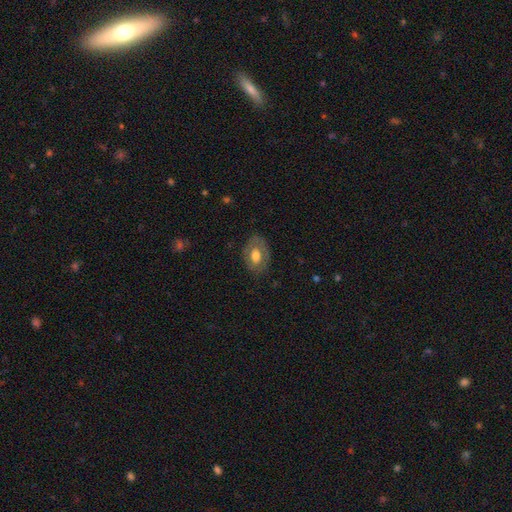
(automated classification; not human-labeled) The model was most divided on "smooth or featured": smooth: 52%, featured or disk: 41%, star or artifact: 7%. More confident: how rounded — in between (79%); merging — none (74%).